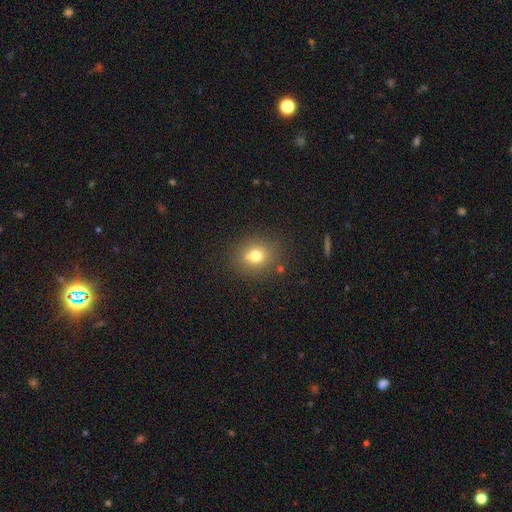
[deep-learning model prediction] Q: Smooth or featured?
A: smooth (73%); runner-up: star or artifact (14%)
Q: How rounded?
A: round (71%); runner-up: in between (28%)
Q: Merging?
A: none (74%); runner-up: minor disturbance (13%)